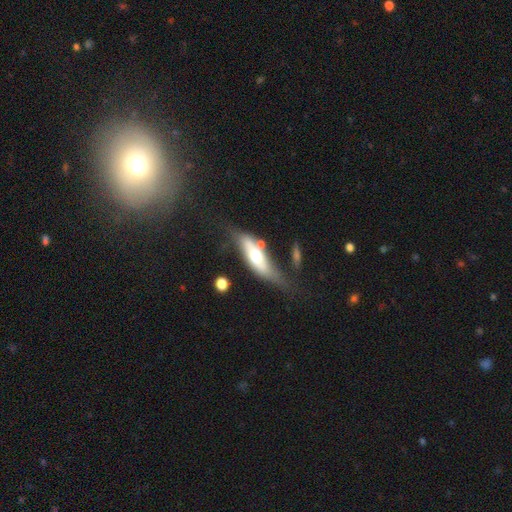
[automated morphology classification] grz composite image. It shows a featured or disk galaxy (50%). Merging: none (45%).